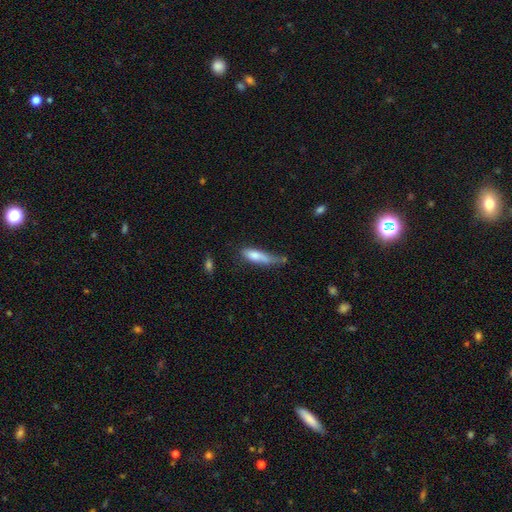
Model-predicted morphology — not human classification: Smooth or featured? smooth (75%)
How rounded? cigar-shaped (59%)
Merging? minor disturbance (36%)